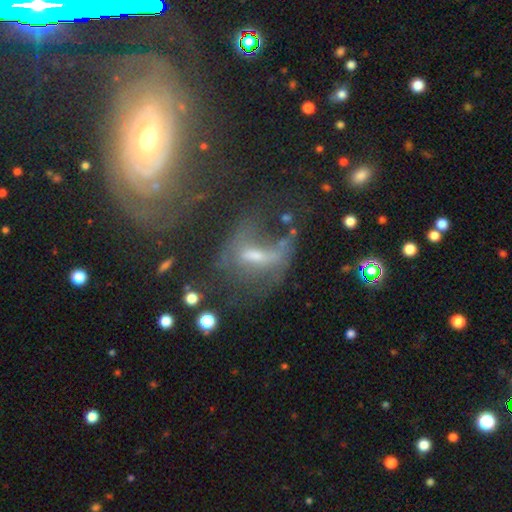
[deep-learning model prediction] Morphology: type=featured or disk (58%); edge-on=no (88%); bar=weak (38%); spiral arms=yes (50%, tied with no); bulge=moderate (39%, tied with small); merging=major disturbance (38%).